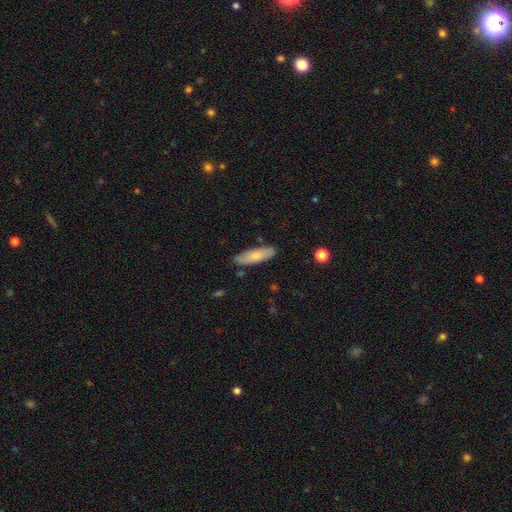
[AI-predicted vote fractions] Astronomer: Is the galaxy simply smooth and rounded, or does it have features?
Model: smooth — 77%.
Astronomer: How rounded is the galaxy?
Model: cigar-shaped — 51% (runner-up: in between, 47%).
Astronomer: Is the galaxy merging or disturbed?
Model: none — 82%.